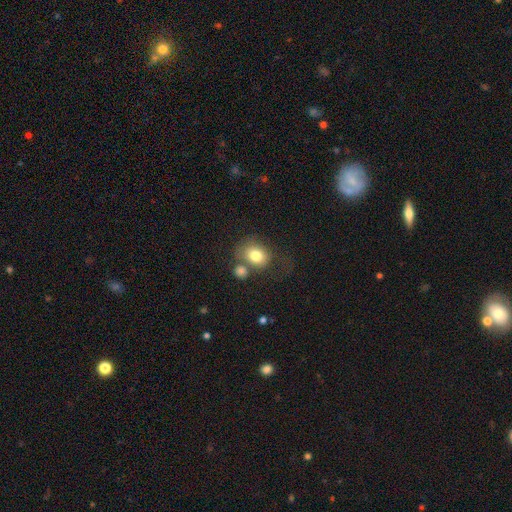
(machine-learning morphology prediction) A smooth galaxy with no disk features (77%) that is round (55%). Merging: none (46%).